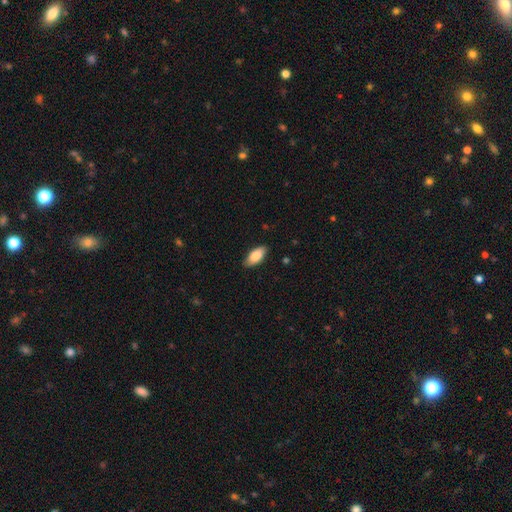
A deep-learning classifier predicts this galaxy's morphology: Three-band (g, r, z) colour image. It shows a smooth galaxy with no disk features (85%) that is in between round and cigar-shaped (89%). Merging: none (85%).